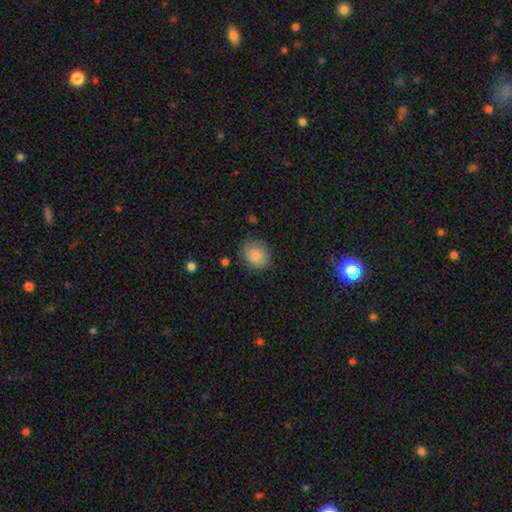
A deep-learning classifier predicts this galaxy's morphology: A smooth galaxy with no disk features (84%) that is round (62%).

Vote fractions:
- Smooth or featured? smooth: 84% / star or artifact: 8% / featured or disk: 8%
- How rounded? round: 62% / in between: 37% / cigar-shaped: 1%
- Merging? none: 83% / minor disturbance: 13% / major disturbance: 3% / merger: 1%